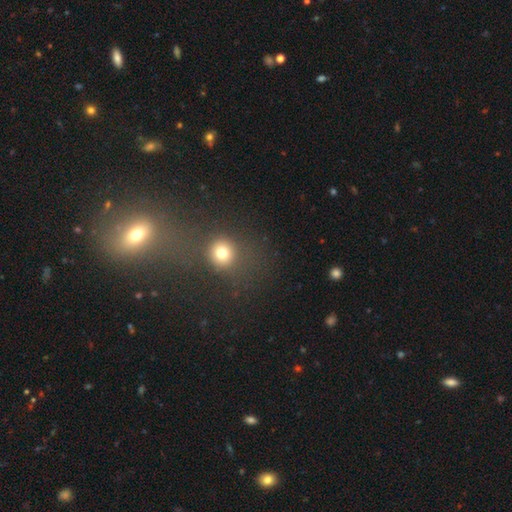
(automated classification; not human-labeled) smooth-or-featured: smooth: 49% | star or artifact: 40% | featured or disk: 11%
  merging: merger: 55% | none: 33% | minor disturbance: 7% | major disturbance: 5%